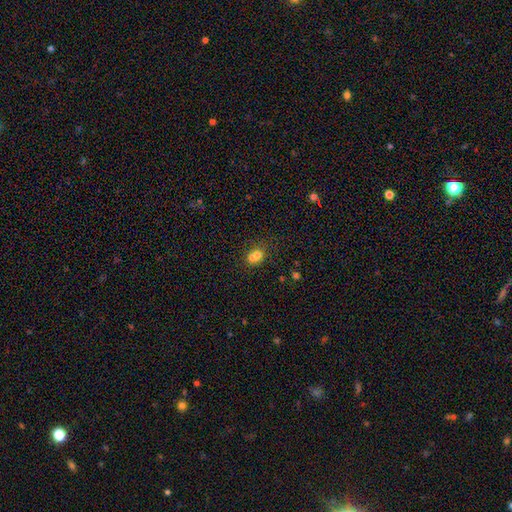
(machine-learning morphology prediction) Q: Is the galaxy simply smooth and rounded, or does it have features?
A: smooth — 70%.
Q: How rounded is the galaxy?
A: round — 59%.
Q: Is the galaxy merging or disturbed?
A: merger — 56%.